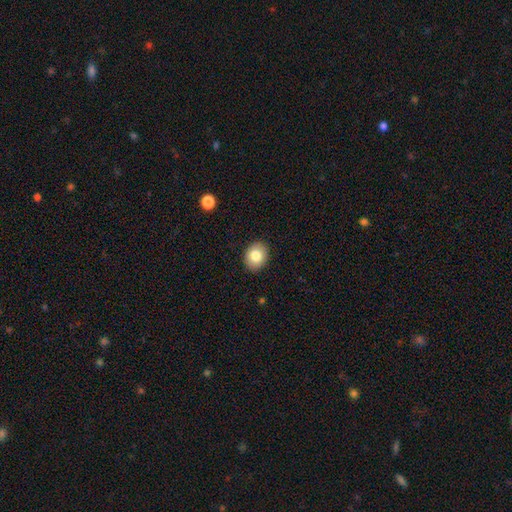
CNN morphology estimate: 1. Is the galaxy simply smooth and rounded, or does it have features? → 82% smooth, 10% featured or disk, 8% star or artifact.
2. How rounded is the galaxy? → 51% in between, 48% round, 1% cigar-shaped.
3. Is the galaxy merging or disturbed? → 90% none, 7% minor disturbance, 2% major disturbance, 1% merger.